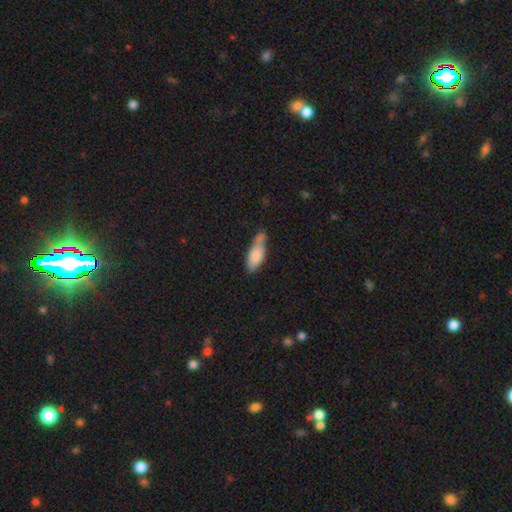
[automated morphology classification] smooth 79%, featured or disk 14%, star or artifact 7%. Down the decision tree: how rounded — in between (73%); merging — none (39%).